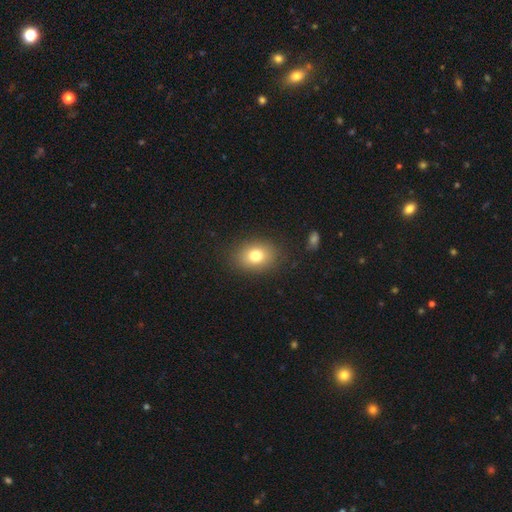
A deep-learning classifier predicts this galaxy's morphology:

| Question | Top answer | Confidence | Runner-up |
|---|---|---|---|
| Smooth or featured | smooth | 78% | featured or disk (11%) |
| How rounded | in between | 61% | round (38%) |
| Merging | none | 85% | minor disturbance (10%) |